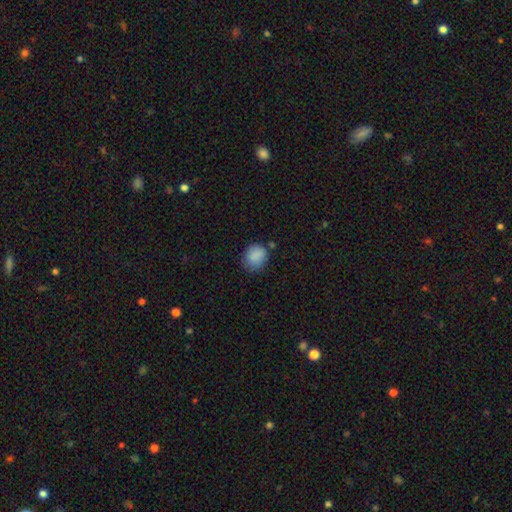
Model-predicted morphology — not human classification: Overall: smooth (86%). How rounded: round (69%; in between 30%). Merging: none (69%).